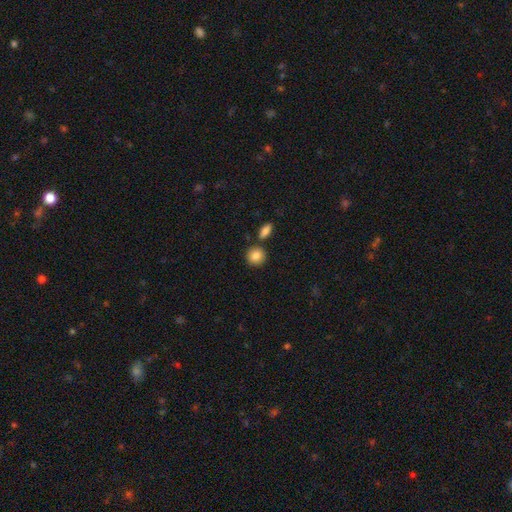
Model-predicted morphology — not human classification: smooth 86%, star or artifact 8%, featured or disk 6%. Down the decision tree: how rounded — round (86%); merging — none (80%).